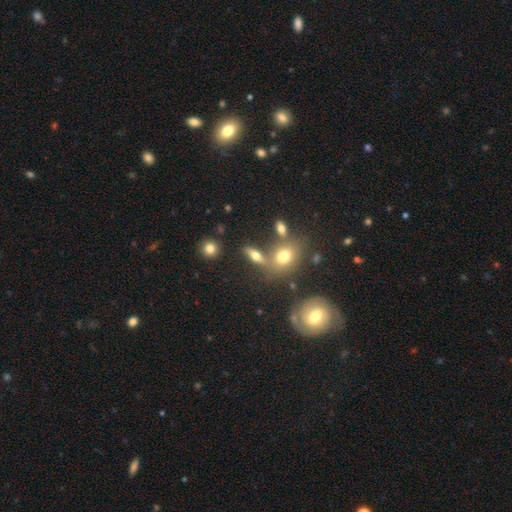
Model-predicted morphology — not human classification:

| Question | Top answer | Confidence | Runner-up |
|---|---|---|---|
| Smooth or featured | smooth | 57% | featured or disk (30%) |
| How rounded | in between | 56% | cigar-shaped (31%) |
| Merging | none | 62% | merger (19%) |